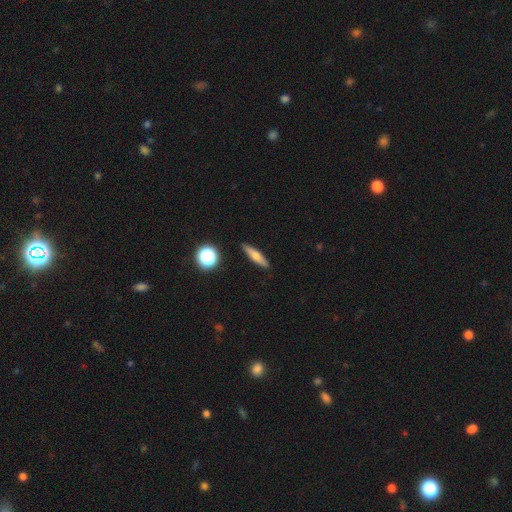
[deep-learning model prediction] Smooth or featured: smooth — 60% (featured or disk — 31%)
How rounded: cigar-shaped — 78% (in between — 17%)
Merging: none — 89% (minor disturbance — 7%)